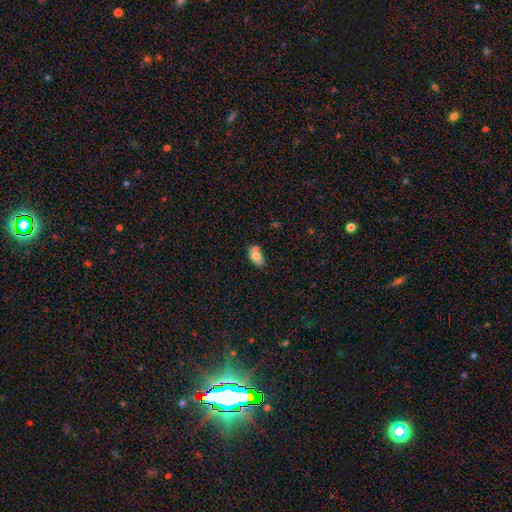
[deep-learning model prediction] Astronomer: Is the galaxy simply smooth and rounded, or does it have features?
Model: smooth — 76%.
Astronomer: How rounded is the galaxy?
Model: in between — 90%.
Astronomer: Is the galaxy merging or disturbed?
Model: none — 52%.